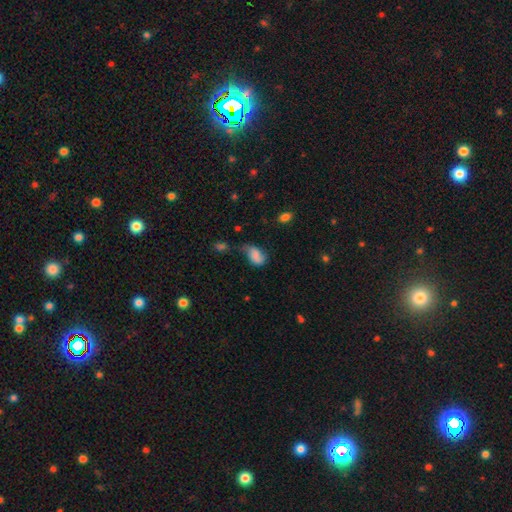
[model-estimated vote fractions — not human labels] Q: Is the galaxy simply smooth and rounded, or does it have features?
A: smooth — 70%.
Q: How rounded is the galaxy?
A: in between — 89%.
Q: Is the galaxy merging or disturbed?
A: minor disturbance — 37%.